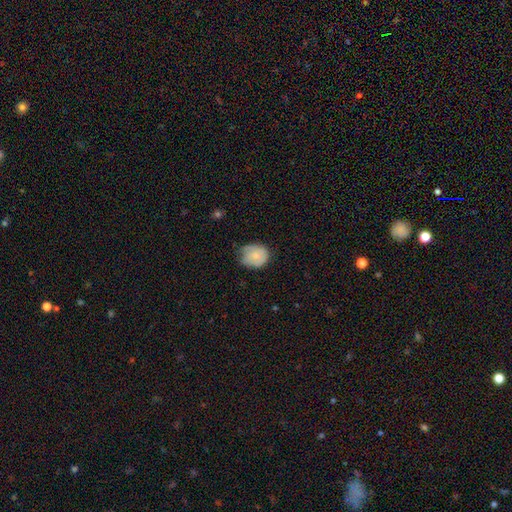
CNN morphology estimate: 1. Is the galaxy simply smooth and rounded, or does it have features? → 75% smooth, 18% featured or disk, 7% star or artifact.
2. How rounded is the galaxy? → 65% round, 34% in between, 1% cigar-shaped.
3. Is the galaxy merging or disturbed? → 51% none, 39% minor disturbance, 8% major disturbance, 1% merger.